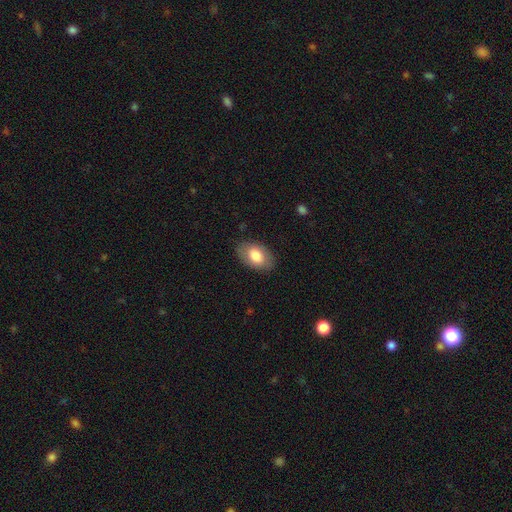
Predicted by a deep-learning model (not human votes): Morphology: type=smooth (78%); roundness=in between (90%); merging=none (83%).